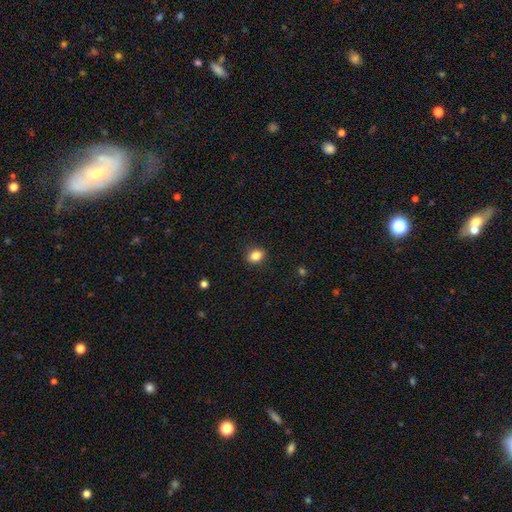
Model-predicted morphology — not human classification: Smooth or featured?
  - smooth: 84% *
  - star or artifact: 10%
  - featured or disk: 5%
How rounded?
  - in between: 54% *
  - round: 44%
  - cigar-shaped: 1%
Merging?
  - none: 89% *
  - minor disturbance: 8%
  - major disturbance: 2%
  - merger: 1%